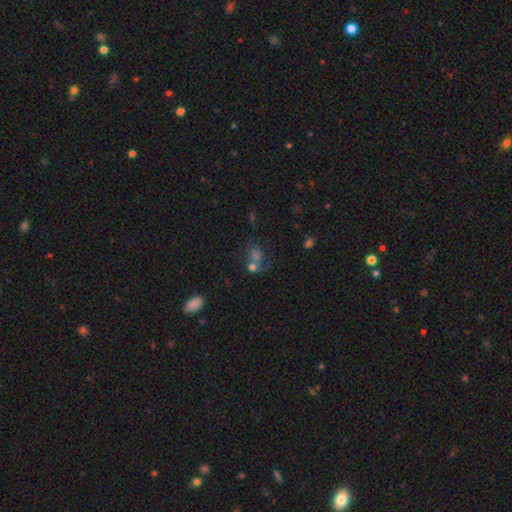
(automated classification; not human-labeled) smooth_or_featured: smooth (p=0.44) [alt: star or artifact p=0.35]
merging: merger (p=0.40) [alt: none p=0.37]